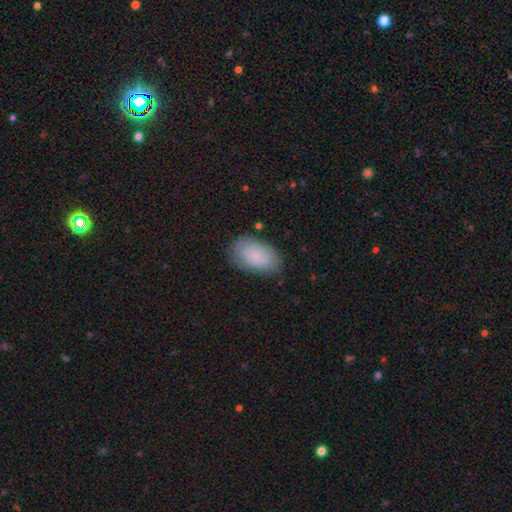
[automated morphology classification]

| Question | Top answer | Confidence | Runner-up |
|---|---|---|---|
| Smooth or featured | smooth | 80% | featured or disk (13%) |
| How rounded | in between | 93% | round (5%) |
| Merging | none | 76% | minor disturbance (18%) |